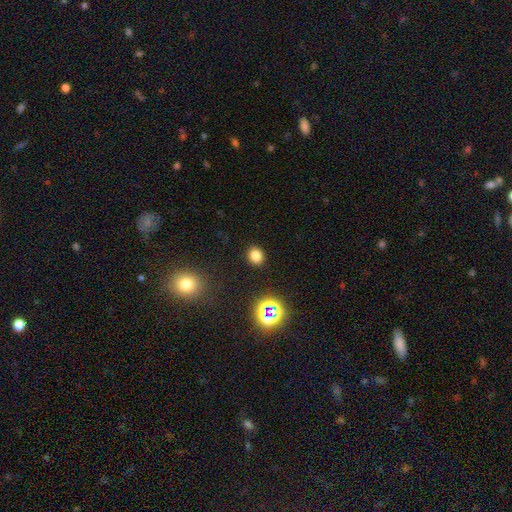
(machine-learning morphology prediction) Q: Smooth or featured?
A: smooth (77%); runner-up: star or artifact (18%)
Q: How rounded?
A: round (63%); runner-up: in between (36%)
Q: Merging?
A: none (89%); runner-up: minor disturbance (7%)